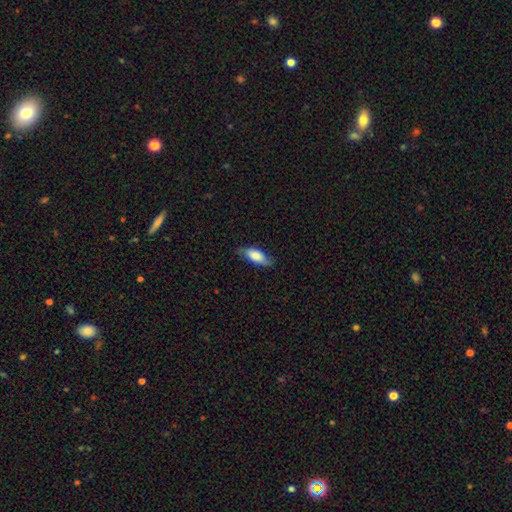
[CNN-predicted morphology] This appears to be a smooth galaxy with no disk features (74%) that is in between round and cigar-shaped (78%). Merging: none (71%).